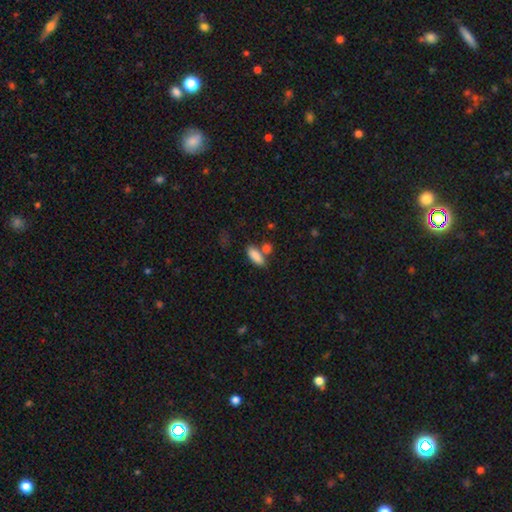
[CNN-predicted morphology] This is clearly a smooth galaxy (86%). How rounded: likely in between (77%). Merging: possibly none (58%).